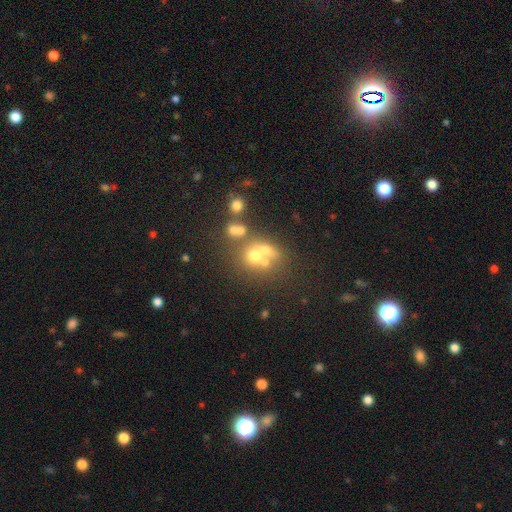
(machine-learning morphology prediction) smooth-or-featured: smooth: 52% | featured or disk: 27% | star or artifact: 21%
  how-rounded: round: 77% | in between: 22% | cigar-shaped: 1%
  merging: merger: 45% | none: 41% | minor disturbance: 8% | major disturbance: 6%